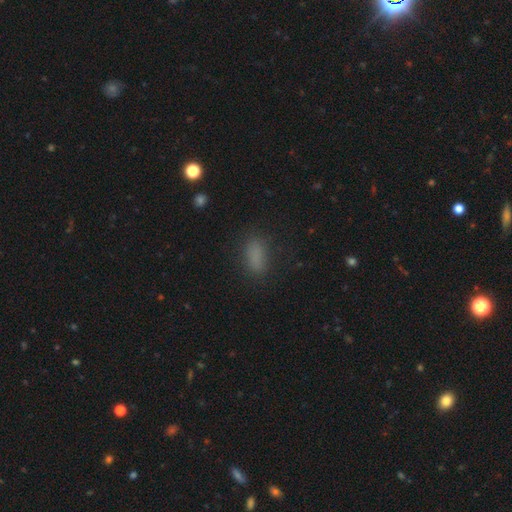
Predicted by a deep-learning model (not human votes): A smooth galaxy with no disk features (81%) that is in between round and cigar-shaped (79%).

Vote fractions:
- Smooth or featured? smooth: 81% / star or artifact: 13% / featured or disk: 6%
- How rounded? in between: 79% / cigar-shaped: 16% / round: 5%
- Merging? none: 81% / minor disturbance: 12% / major disturbance: 5% / merger: 1%